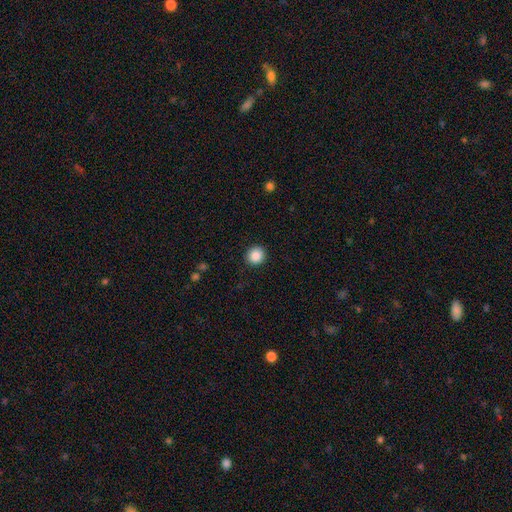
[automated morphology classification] Overall: smooth (88%). How rounded: round (90%). Merging: none (91%).